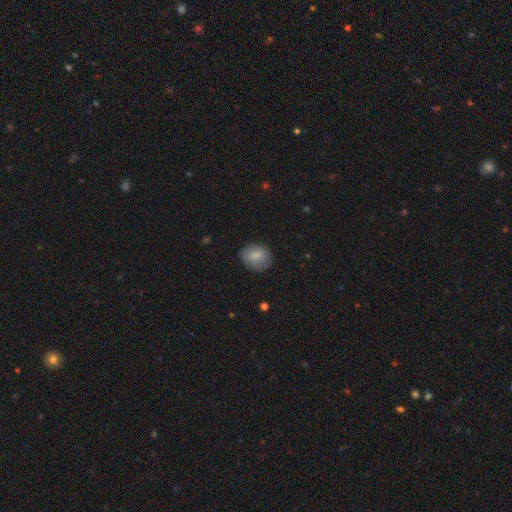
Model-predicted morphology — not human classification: A smooth galaxy with no disk features (77%) that is round (58%). Merging: none (78%).